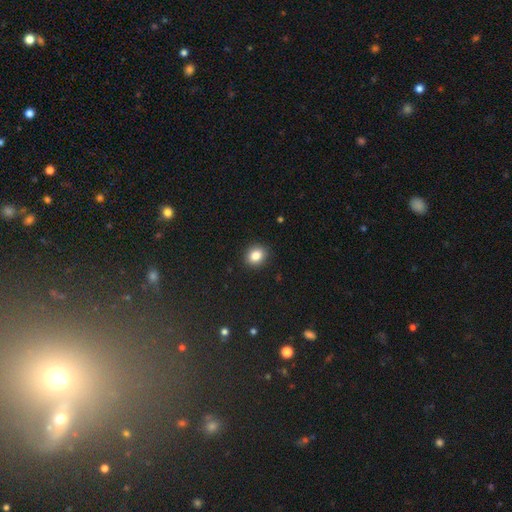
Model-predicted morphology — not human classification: Smooth or featured? Predicted: smooth (p=0.85). How rounded? Predicted: round (p=0.64). Merging? Predicted: none (p=0.90).